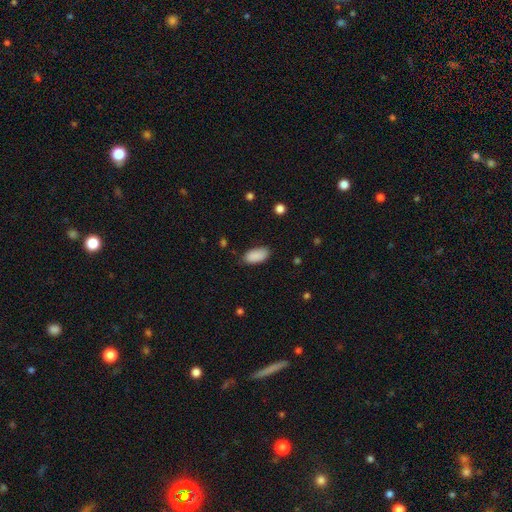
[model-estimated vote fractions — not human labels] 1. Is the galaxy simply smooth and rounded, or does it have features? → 89% smooth, 7% star or artifact, 4% featured or disk.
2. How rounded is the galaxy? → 93% in between, 4% cigar-shaped, 2% round.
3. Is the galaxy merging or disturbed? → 82% none, 14% minor disturbance, 3% major disturbance, 1% merger.